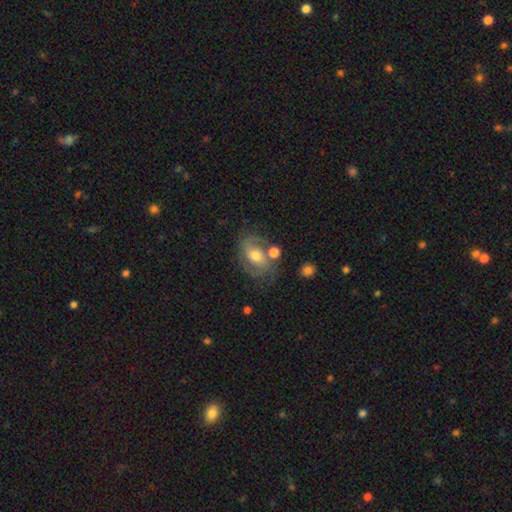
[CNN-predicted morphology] A featured or disk galaxy (67%) with no bar (49%), 2 (69%) medium (48%) spiral arms (86%) and a moderate central bulge (67%). Merging: none (58%).